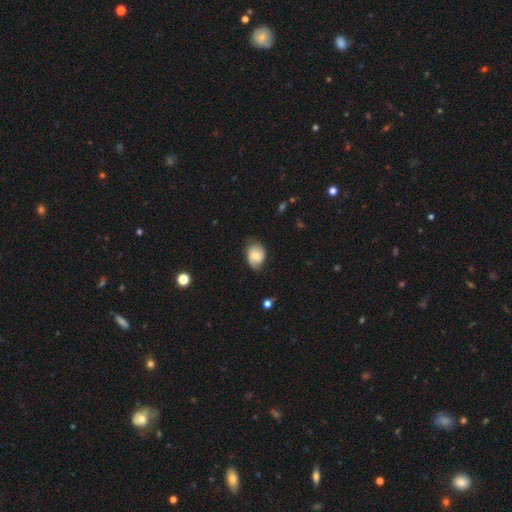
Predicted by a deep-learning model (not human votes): Morphology: type=smooth (47%); merging=none (65%).